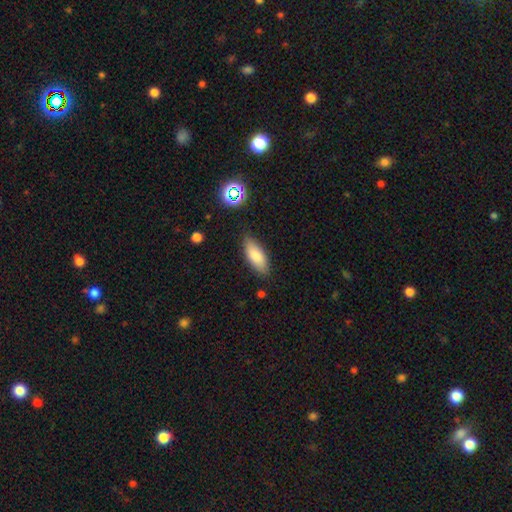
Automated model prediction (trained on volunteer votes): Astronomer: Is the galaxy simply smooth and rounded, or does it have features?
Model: smooth — 82%.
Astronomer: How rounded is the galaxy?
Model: in between — 79%.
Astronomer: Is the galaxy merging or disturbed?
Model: none — 81%.